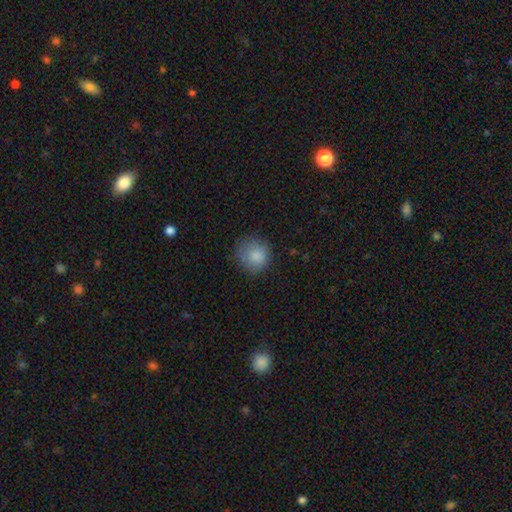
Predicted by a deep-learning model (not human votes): Overall: smooth (85%). How rounded: round (89%). Merging: none (75%).